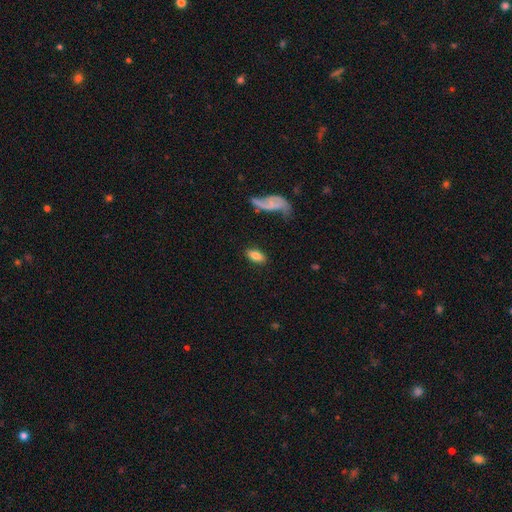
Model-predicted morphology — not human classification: A smooth galaxy with no disk features (75%) that is in between round and cigar-shaped (89%).

Vote fractions:
- Smooth or featured? smooth: 75% / featured or disk: 18% / star or artifact: 7%
- How rounded? in between: 89% / cigar-shaped: 7% / round: 4%
- Merging? none: 80% / minor disturbance: 13% / major disturbance: 4% / merger: 3%